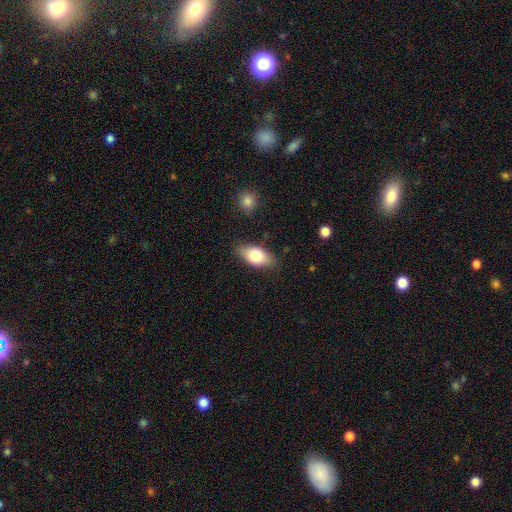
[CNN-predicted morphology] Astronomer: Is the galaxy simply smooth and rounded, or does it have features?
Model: smooth — 78%.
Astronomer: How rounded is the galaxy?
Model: in between — 90%.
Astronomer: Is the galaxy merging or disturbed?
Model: none — 81%.